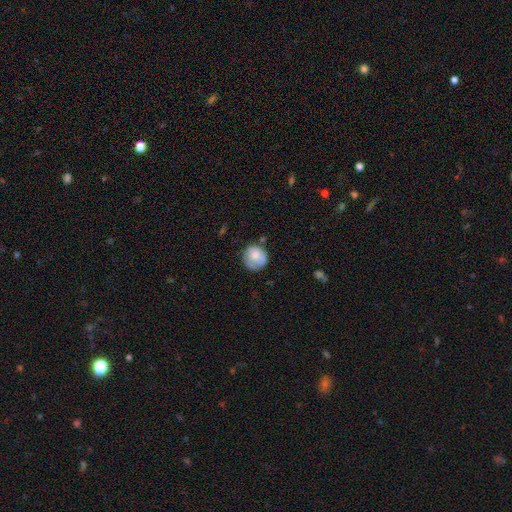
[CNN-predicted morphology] Overall: smooth (67%). How rounded: round (87%). Merging: none (67%).